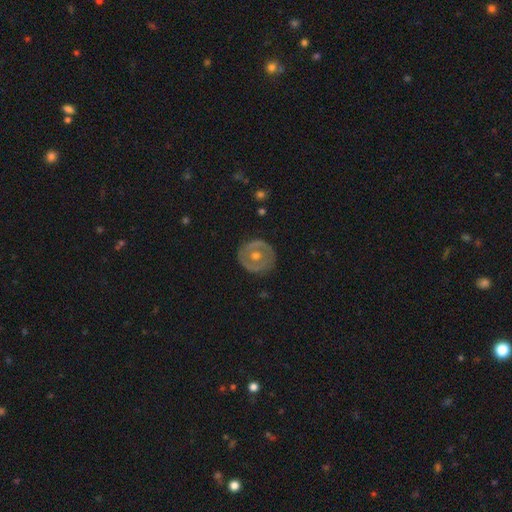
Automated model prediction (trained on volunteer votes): The model was most divided on "smooth or featured": featured or disk: 62%, smooth: 32%, star or artifact: 6%. More confident: edge-on disk — no (95%); merging — none (84%); bar — no (79%); spiral arms — no (74%); bulge size — moderate (73%).